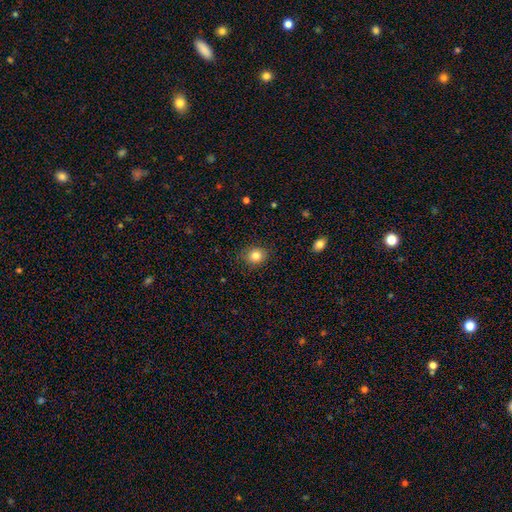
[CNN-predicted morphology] Overall: smooth (83%). How rounded: round (70%). Merging: none (85%).